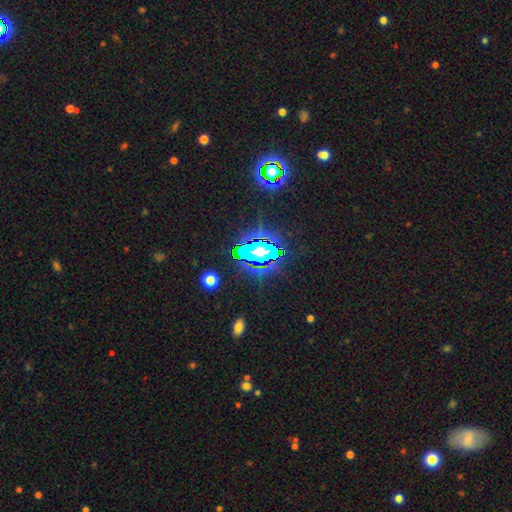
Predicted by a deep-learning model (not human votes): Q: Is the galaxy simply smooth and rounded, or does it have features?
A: star or artifact — 81%.